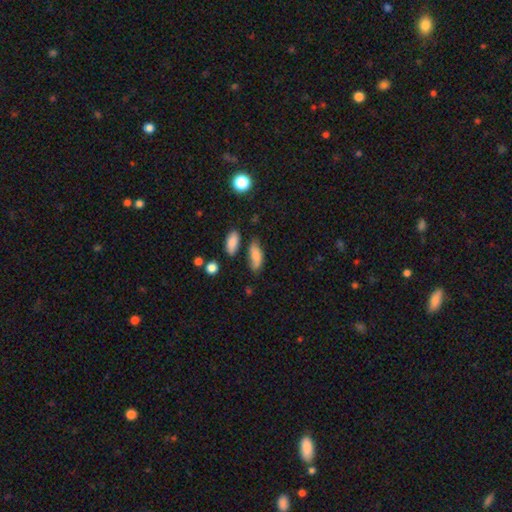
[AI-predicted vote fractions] A smooth galaxy with no disk features (75%) that is in between round and cigar-shaped (77%).

Vote fractions:
- Smooth or featured? smooth: 75% / featured or disk: 16% / star or artifact: 9%
- How rounded? in between: 77% / cigar-shaped: 19% / round: 4%
- Merging? none: 57% / minor disturbance: 27% / major disturbance: 8% / merger: 8%